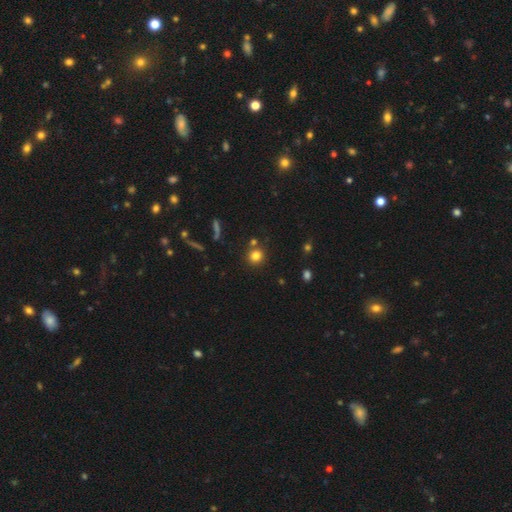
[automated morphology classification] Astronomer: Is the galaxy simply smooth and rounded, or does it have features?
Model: smooth — 79%.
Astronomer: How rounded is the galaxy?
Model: round — 91%.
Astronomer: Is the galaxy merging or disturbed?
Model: none — 79%.